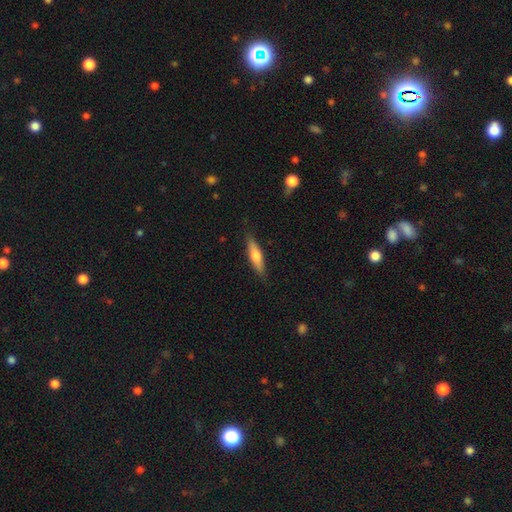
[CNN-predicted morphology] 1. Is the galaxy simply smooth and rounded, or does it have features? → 60% smooth, 34% featured or disk, 6% star or artifact.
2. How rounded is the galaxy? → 74% cigar-shaped, 24% in between, 2% round.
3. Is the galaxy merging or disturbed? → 86% none, 11% minor disturbance, 2% major disturbance, 1% merger.